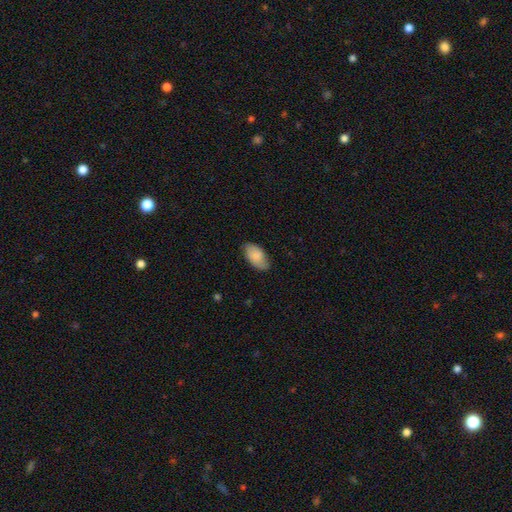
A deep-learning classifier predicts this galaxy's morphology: The model was most divided on "merging": none: 77%, minor disturbance: 18%, major disturbance: 3%, merger: 1%. More confident: how rounded — in between (95%); smooth or featured — smooth (80%).